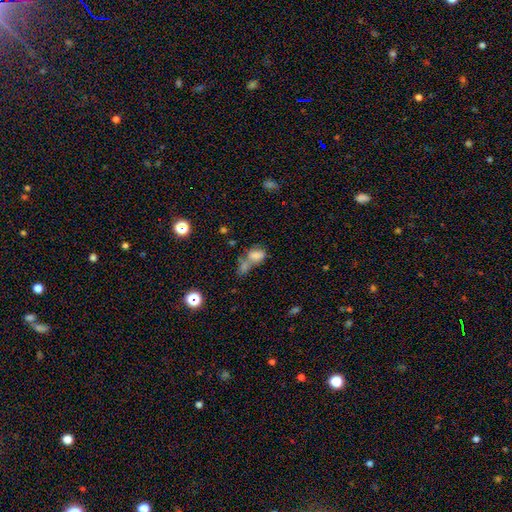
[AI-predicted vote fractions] Overall: smooth (71%). How rounded: in between (80%). Merging: merger (59%; none 20%).